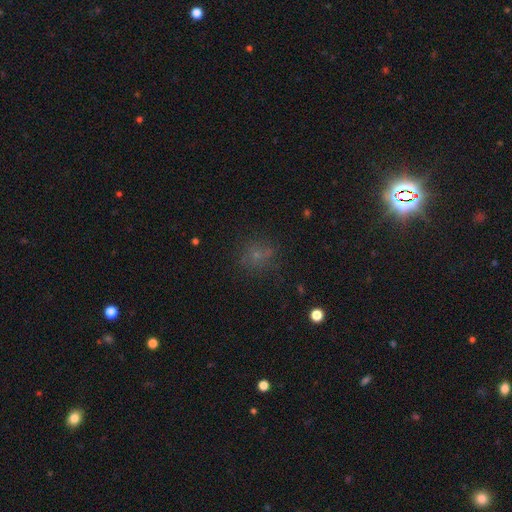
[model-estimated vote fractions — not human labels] A smooth galaxy with no disk features (55%) that is round (77%).

Vote fractions:
- Smooth or featured? smooth: 55% / star or artifact: 30% / featured or disk: 15%
- How rounded? round: 77% / in between: 21% / cigar-shaped: 1%
- Merging? none: 70% / minor disturbance: 16% / major disturbance: 9% / merger: 4%